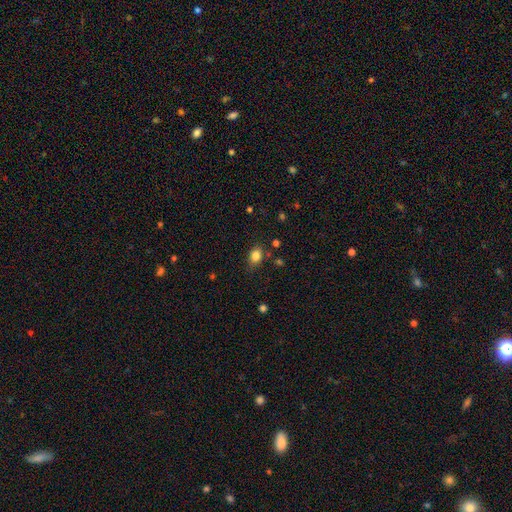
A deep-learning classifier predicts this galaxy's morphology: Smooth or featured? smooth (83%)
How rounded? in between (64%)
Merging? none (74%)